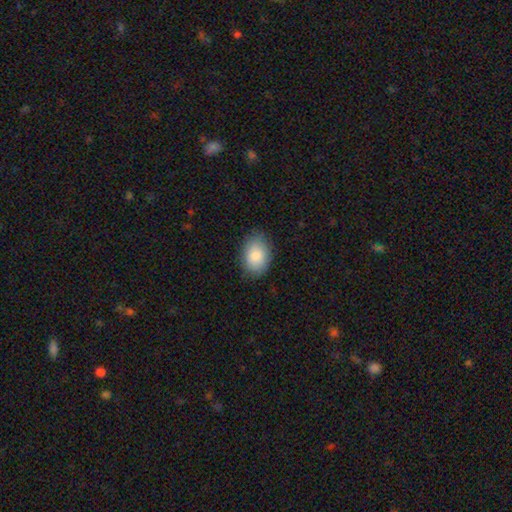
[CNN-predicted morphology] The model was most divided on "how rounded": in between: 81%, round: 18%, cigar-shaped: 1%. More confident: smooth or featured — smooth (86%); merging — none (81%).